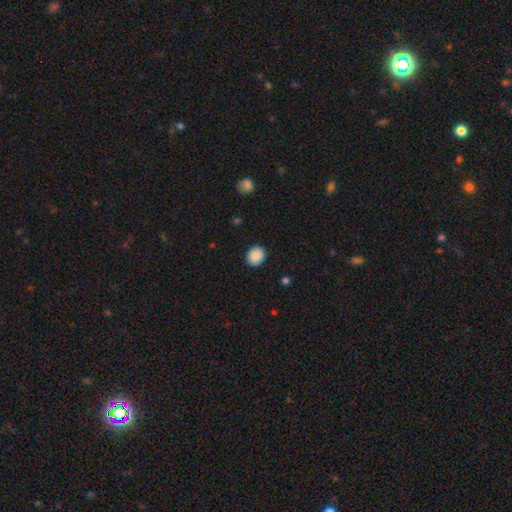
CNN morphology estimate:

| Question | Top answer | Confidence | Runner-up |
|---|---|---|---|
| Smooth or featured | smooth | 89% | star or artifact (8%) |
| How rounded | round | 76% | in between (23%) |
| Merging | none | 91% | minor disturbance (6%) |